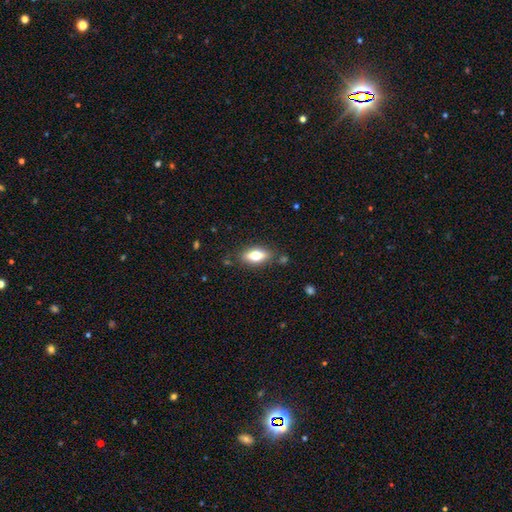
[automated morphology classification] type=smooth (69%); roundness=in between (80%); merging=none (82%).